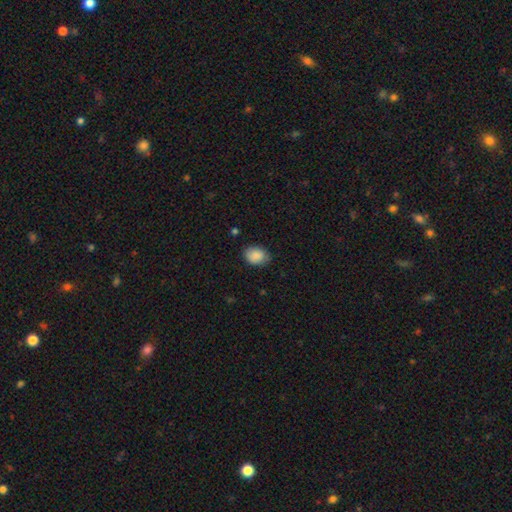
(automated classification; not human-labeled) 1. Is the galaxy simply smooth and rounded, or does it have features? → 89% smooth, 7% star or artifact, 4% featured or disk.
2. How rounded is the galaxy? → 61% in between, 38% round, 1% cigar-shaped.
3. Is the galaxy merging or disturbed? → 78% none, 17% minor disturbance, 3% major disturbance, 1% merger.